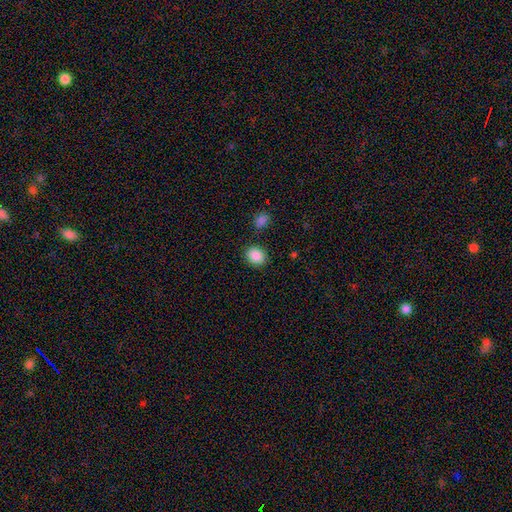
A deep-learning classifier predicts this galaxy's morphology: A smooth galaxy with no disk features (88%) that is round (51%).

Vote fractions:
- Smooth or featured? smooth: 88% / star or artifact: 9% / featured or disk: 4%
- How rounded? round: 51% / in between: 48% / cigar-shaped: 1%
- Merging? none: 84% / minor disturbance: 9% / merger: 4% / major disturbance: 3%